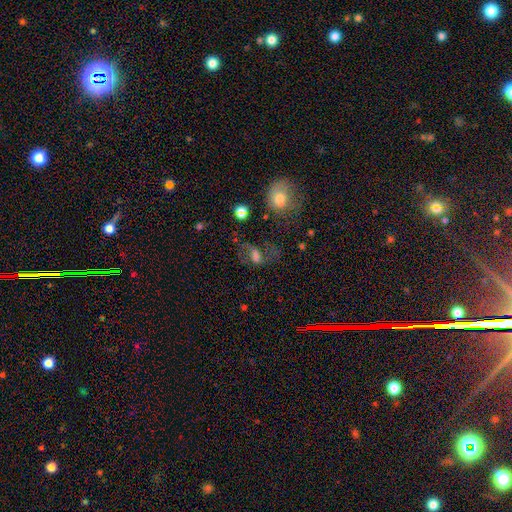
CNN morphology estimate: Smooth or featured?
  - smooth: 47% *
  - featured or disk: 34%
  - star or artifact: 19%
Merging?
  - none: 45% *
  - major disturbance: 28%
  - minor disturbance: 19%
  - merger: 9%